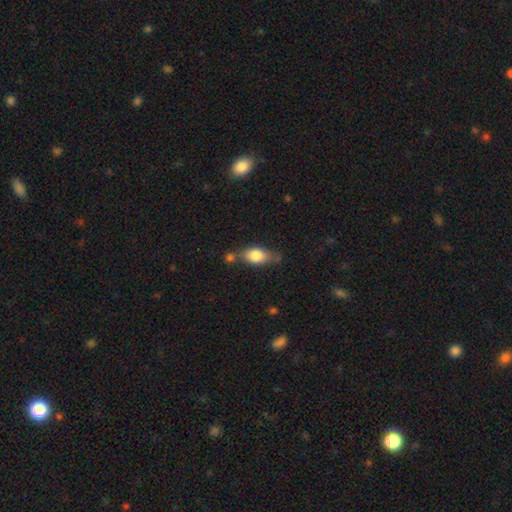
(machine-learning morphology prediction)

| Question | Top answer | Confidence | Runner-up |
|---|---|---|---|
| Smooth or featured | smooth | 76% | featured or disk (17%) |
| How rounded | in between | 78% | round (13%) |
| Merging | none | 50% | minor disturbance (26%) |